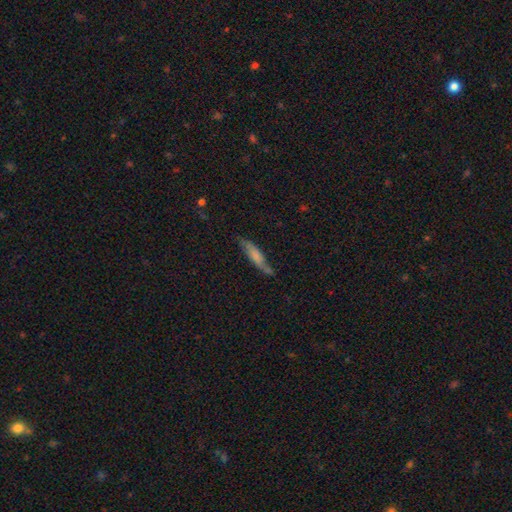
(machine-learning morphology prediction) Overall: smooth (59%; featured or disk 34%). How rounded: cigar-shaped (77%). Merging: none (63%; minor disturbance 25%).